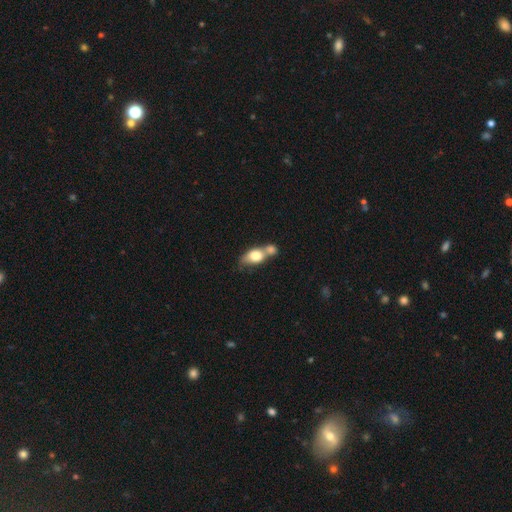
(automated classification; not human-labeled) A smooth galaxy with no disk features (72%) that is in between round and cigar-shaped (76%).

Vote fractions:
- Smooth or featured? smooth: 72% / featured or disk: 21% / star or artifact: 7%
- How rounded? in between: 76% / round: 16% / cigar-shaped: 8%
- Merging? merger: 63% / none: 23% / minor disturbance: 10% / major disturbance: 5%